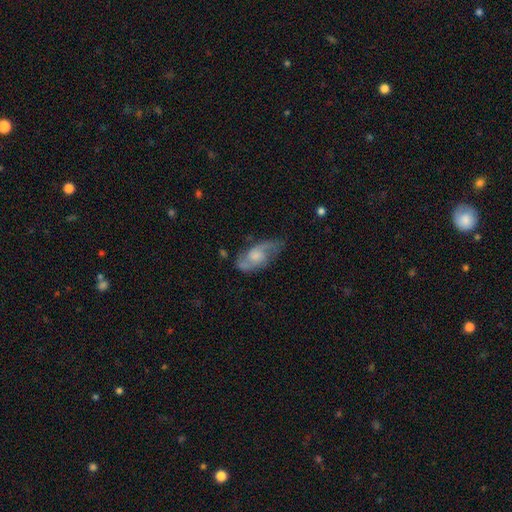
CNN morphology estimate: Smooth or featured? featured or disk (69%)
Edge-on disk? no (93%)
Bar? no (64%)
Spiral arms? yes (89%)
Spiral winding? medium (48%)
Spiral arm count? 2 (82%)
Bulge size? moderate (40%)
Merging? none (61%)